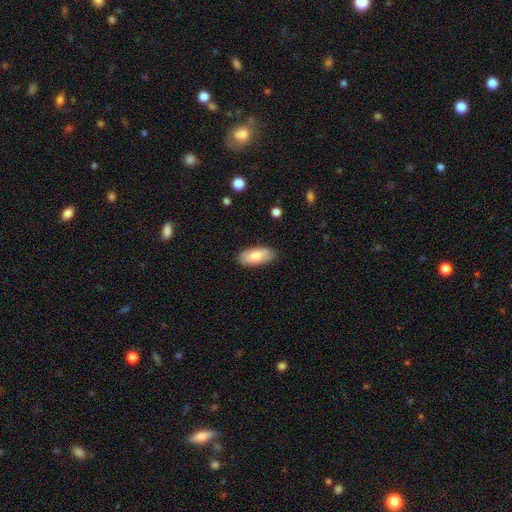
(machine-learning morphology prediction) smooth_or_featured: smooth (p=0.77) [alt: featured or disk p=0.17]
how_rounded: in between (p=0.88) [alt: cigar-shaped p=0.10]
merging: none (p=0.87) [alt: minor disturbance p=0.10]